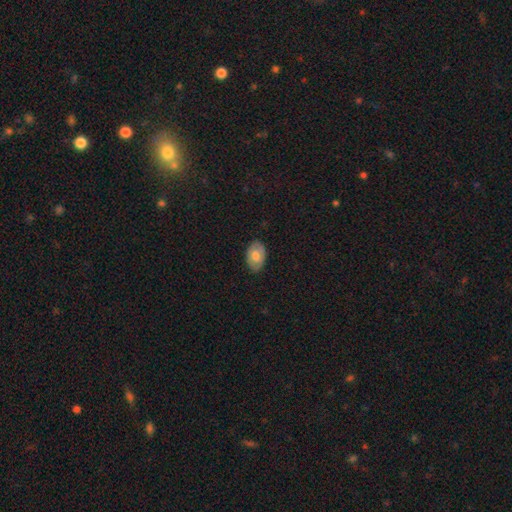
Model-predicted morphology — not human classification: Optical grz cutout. It shows a smooth galaxy with no disk features (66%) that is in between round and cigar-shaped (89%). Merging: none (82%).